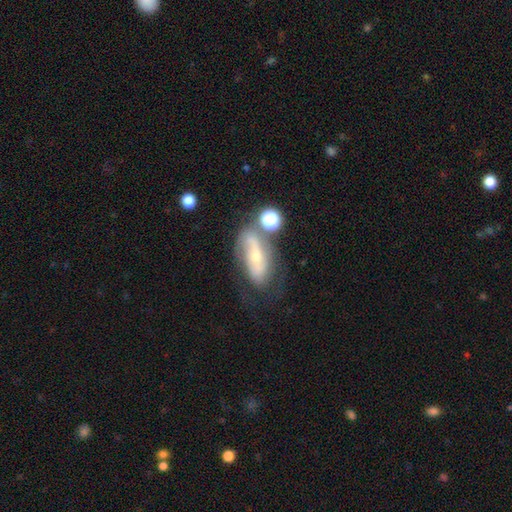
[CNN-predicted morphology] Q: Smooth or featured?
A: featured or disk (61%); runner-up: smooth (30%)
Q: Edge-on disk?
A: no (85%); runner-up: yes (15%)
Q: Bar?
A: no (51%); runner-up: weak (25%)
Q: Spiral arms?
A: yes (67%); runner-up: no (33%)
Q: Bulge size?
A: small (57%); runner-up: moderate (37%)
Q: Merging?
A: none (46%); runner-up: minor disturbance (23%)